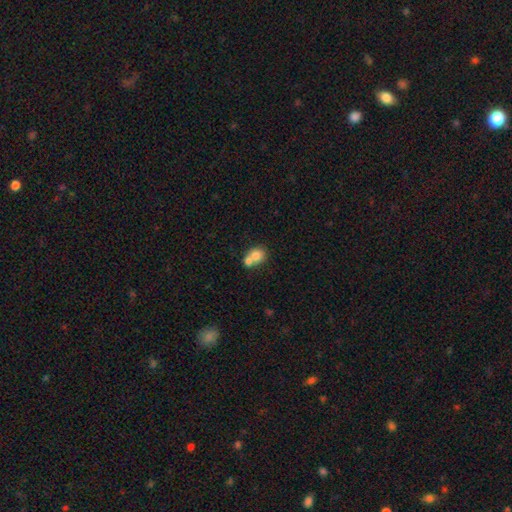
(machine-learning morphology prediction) type=smooth (74%); roundness=round (68%); merging=merger (61%).